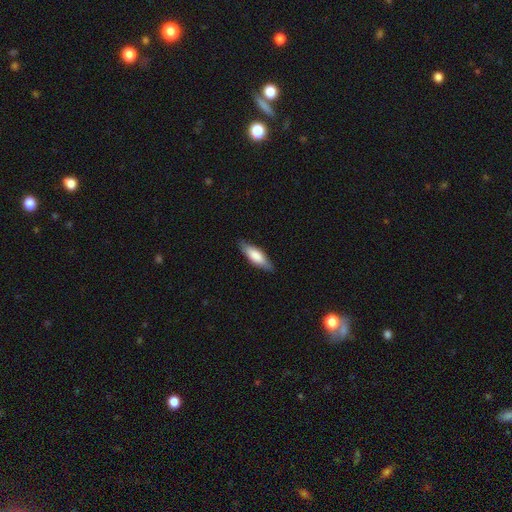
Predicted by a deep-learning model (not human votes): Overall: smooth (75%). How rounded: cigar-shaped (50%; in between 48%). Merging: none (86%).